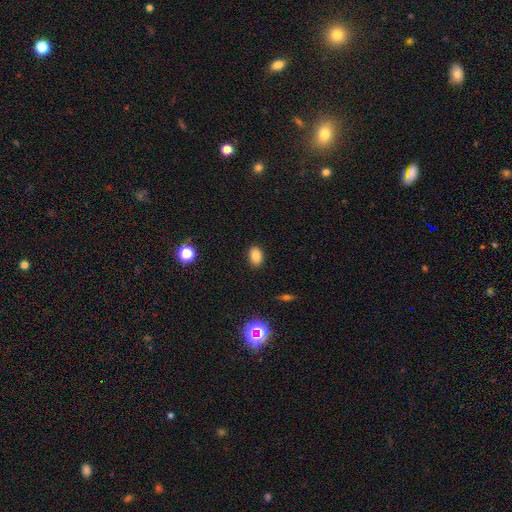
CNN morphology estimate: smooth_or_featured: smooth (p=0.84) [alt: star or artifact p=0.11]
how_rounded: in between (p=0.84) [alt: round p=0.15]
merging: none (p=0.89) [alt: minor disturbance p=0.08]